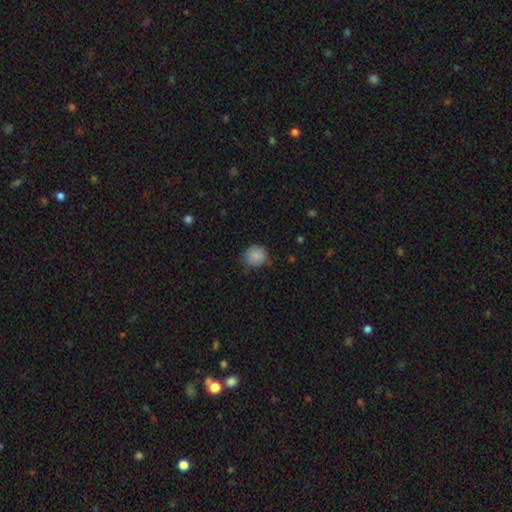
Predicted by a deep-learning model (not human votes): smooth 85%, star or artifact 8%, featured or disk 7%. Down the decision tree: how rounded — round (88%); merging — none (74%).